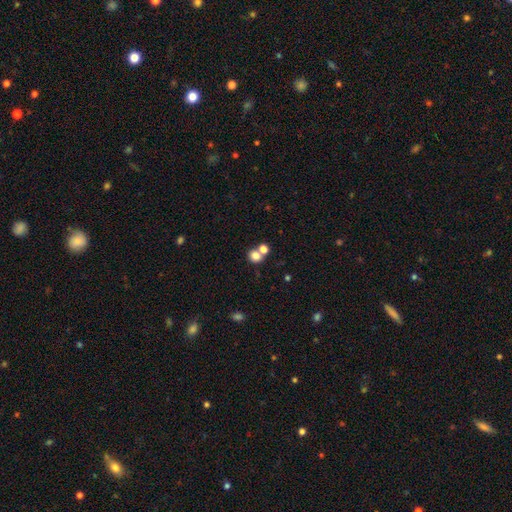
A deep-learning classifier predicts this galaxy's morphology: type=smooth (78%); roundness=round (73%); merging=merger (47%).